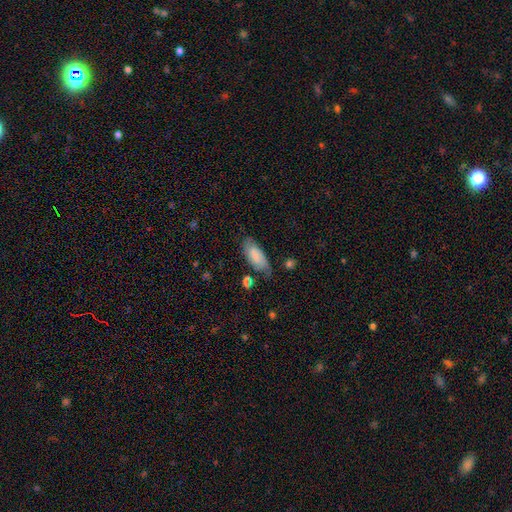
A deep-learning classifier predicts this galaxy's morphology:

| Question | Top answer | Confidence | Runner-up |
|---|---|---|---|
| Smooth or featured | smooth | 68% | featured or disk (24%) |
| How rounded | in between | 86% | cigar-shaped (11%) |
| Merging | none | 63% | minor disturbance (26%) |